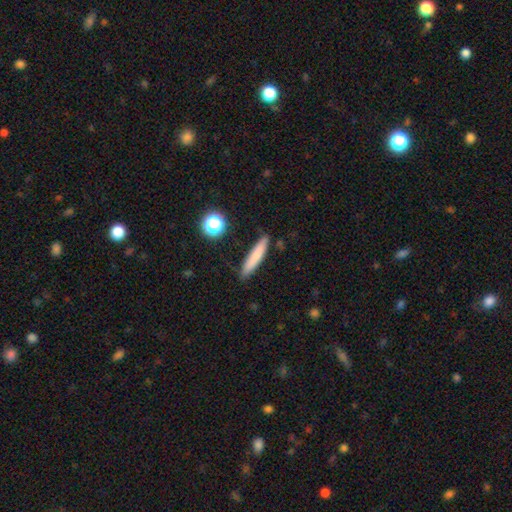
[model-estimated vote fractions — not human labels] Smooth or featured? smooth (75%)
How rounded? cigar-shaped (90%)
Merging? none (86%)